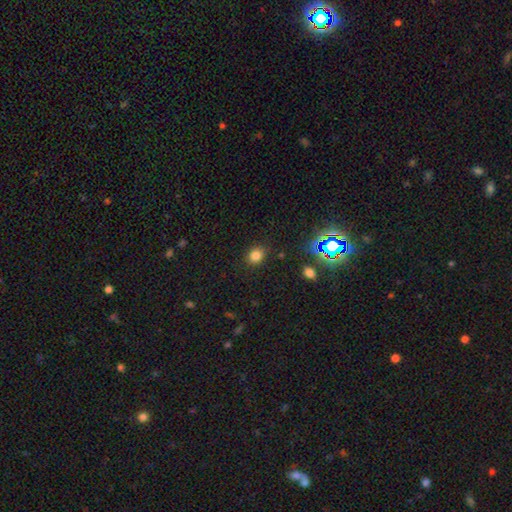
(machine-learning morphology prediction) smooth_or_featured: smooth (p=0.77) [alt: star or artifact p=0.17]
how_rounded: round (p=0.61) [alt: in between p=0.38]
merging: none (p=0.86) [alt: minor disturbance p=0.09]